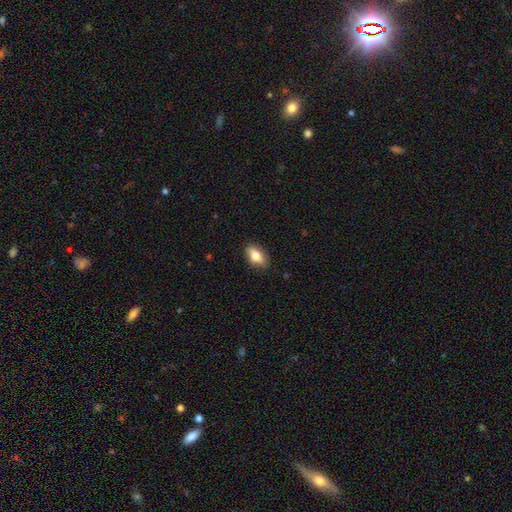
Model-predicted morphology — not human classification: This is likely a smooth galaxy (74%). How rounded: clearly in between (86%). Merging: clearly none (85%).